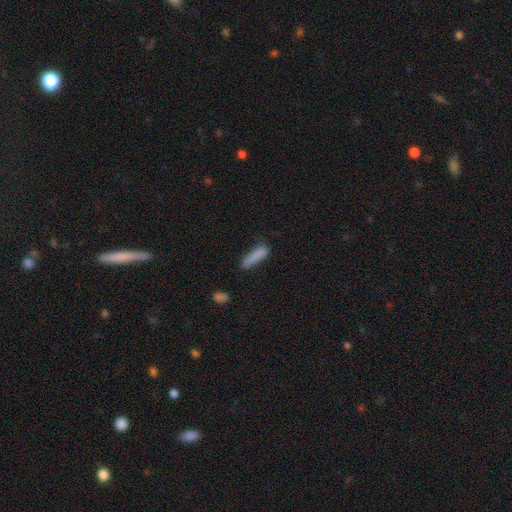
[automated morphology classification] Overall: smooth (83%). How rounded: cigar-shaped (76%). Merging: none (62%; minor disturbance 25%).